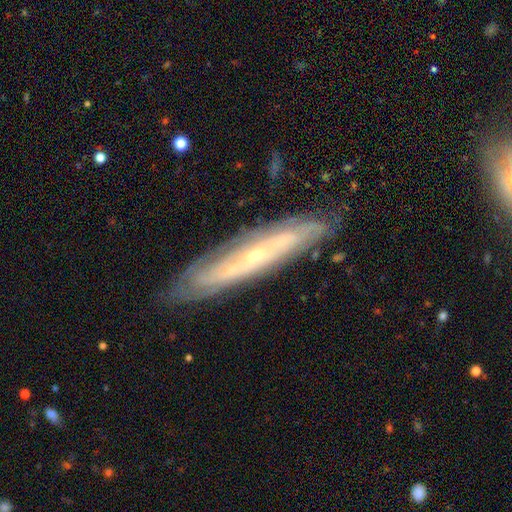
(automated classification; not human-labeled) The model was most divided on "edge-on disk": no: 53%, yes: 47%. More confident: merging — none (82%); smooth or featured — featured or disk (76%).